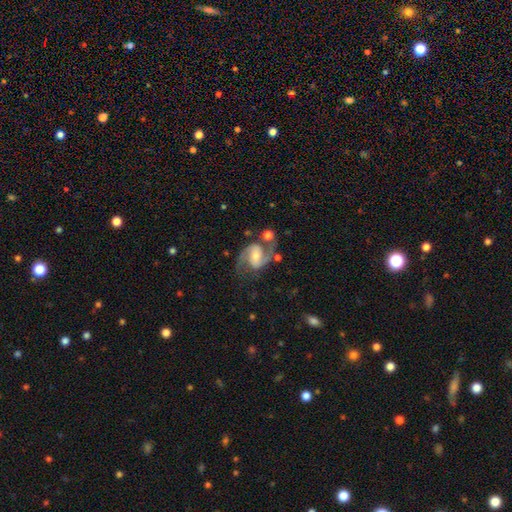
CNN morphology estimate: type=featured or disk (88%); edge-on=no (98%); bar=weak (43%); spiral arms=yes (97%); winding=medium (58%); arm count=2 (93%); bulge=moderate (45%); merging=none (64%).